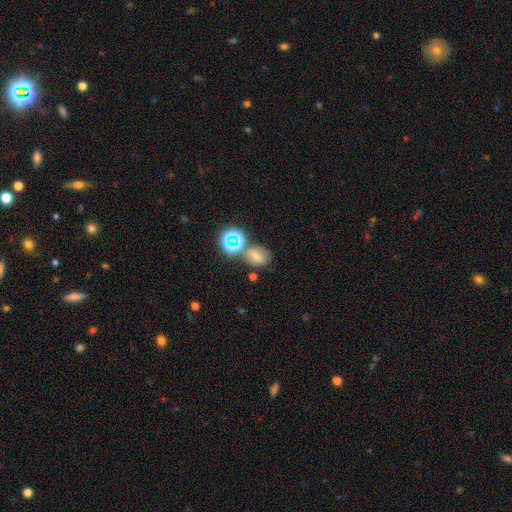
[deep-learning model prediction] A smooth galaxy with no disk features (42%). Merging: none (66%).